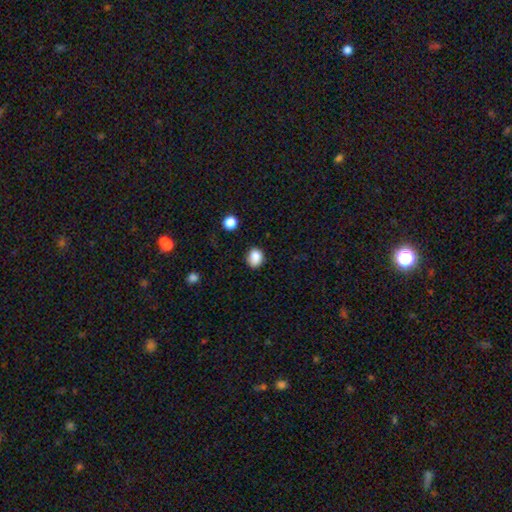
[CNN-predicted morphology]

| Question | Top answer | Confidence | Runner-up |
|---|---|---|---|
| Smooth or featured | smooth | 86% | star or artifact (10%) |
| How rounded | round | 57% | in between (42%) |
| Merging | none | 78% | minor disturbance (16%) |